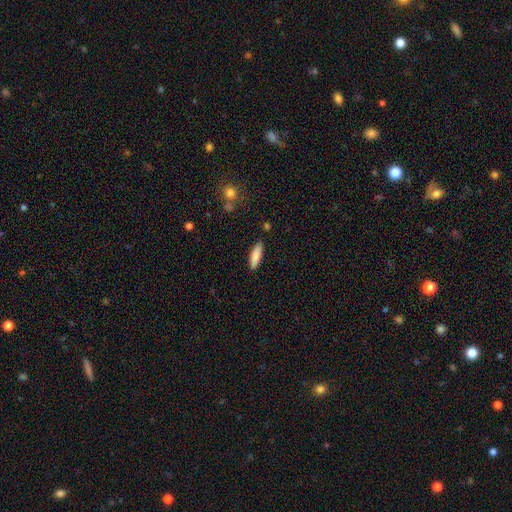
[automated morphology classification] smooth 85%, featured or disk 9%, star or artifact 6%. Down the decision tree: how rounded — cigar-shaped (54%); merging — none (88%).